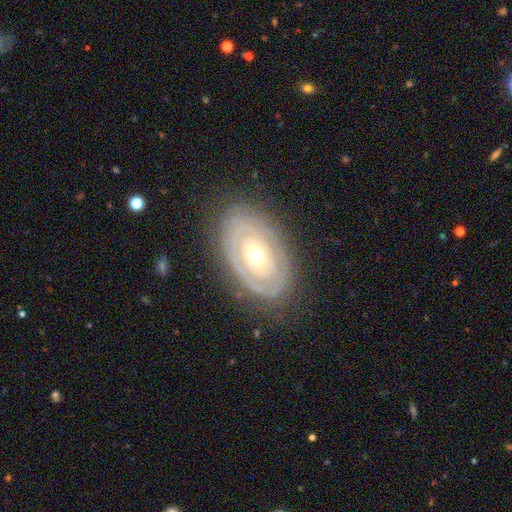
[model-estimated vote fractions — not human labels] Smooth or featured: featured or disk — 76% (smooth — 19%)
Edge-on disk: no — 93% (yes — 7%)
Bar: no — 83% (weak — 12%)
Spiral arms: yes — 53% (no — 47%)
Bulge size: moderate — 64% (small — 30%)
Merging: none — 81% (minor disturbance — 13%)